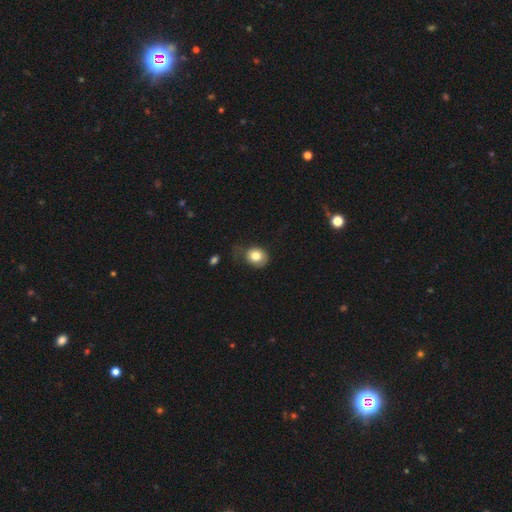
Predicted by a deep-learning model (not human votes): Overall: smooth (78%). How rounded: round (63%; in between 36%). Merging: none (40%; minor disturbance 34%).